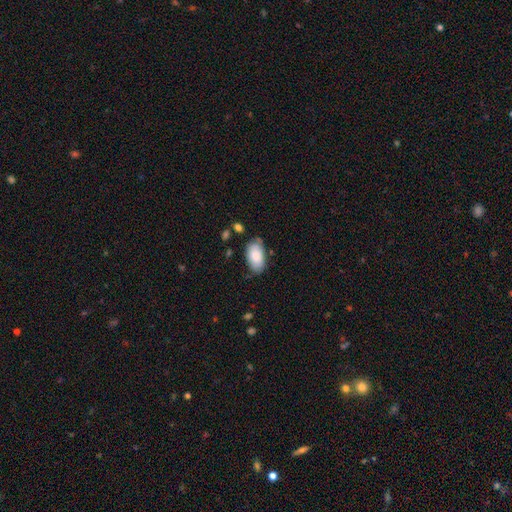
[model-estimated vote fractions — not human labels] smooth-or-featured: smooth: 84% | featured or disk: 10% | star or artifact: 6%
  how-rounded: in between: 95% | round: 4% | cigar-shaped: 2%
  merging: none: 71% | minor disturbance: 22% | major disturbance: 5% | merger: 3%